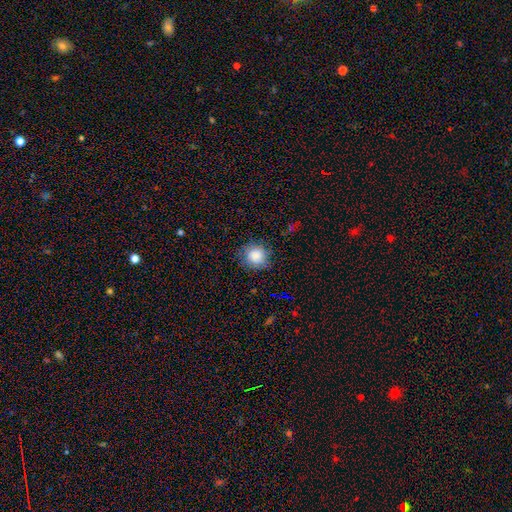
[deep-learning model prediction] A smooth galaxy with no disk features (83%) that is round (87%).

Vote fractions:
- Smooth or featured? smooth: 83% / star or artifact: 10% / featured or disk: 7%
- How rounded? round: 87% / in between: 12% / cigar-shaped: 1%
- Merging? none: 82% / minor disturbance: 14% / major disturbance: 4% / merger: 1%